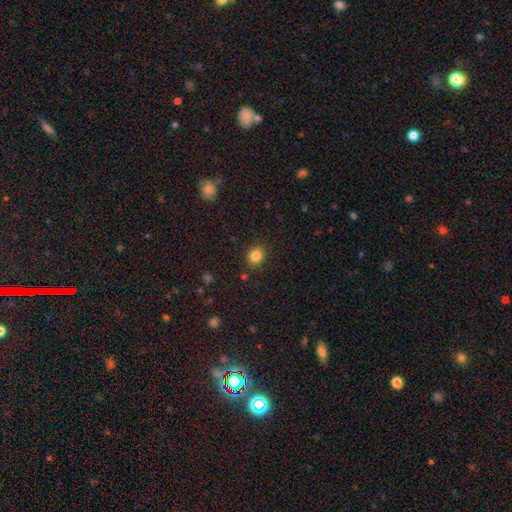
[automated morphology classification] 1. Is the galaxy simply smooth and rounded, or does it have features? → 84% smooth, 11% star or artifact, 5% featured or disk.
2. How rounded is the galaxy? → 65% round, 34% in between, 1% cigar-shaped.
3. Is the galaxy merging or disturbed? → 86% none, 9% minor disturbance, 3% major disturbance, 2% merger.